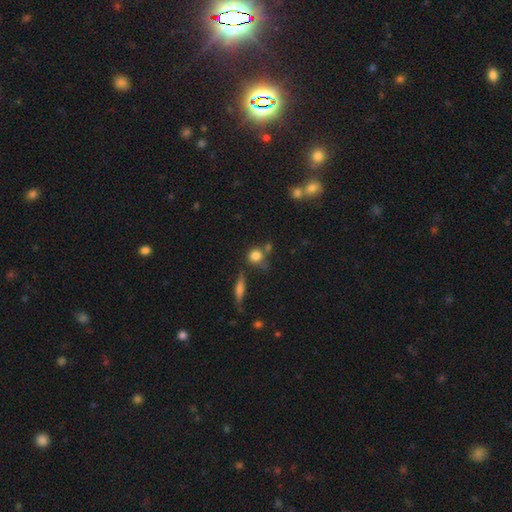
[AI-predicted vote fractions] Smooth or featured? Predicted: smooth (p=0.80). How rounded? Predicted: round (p=0.85). Merging? Predicted: none (p=0.62).